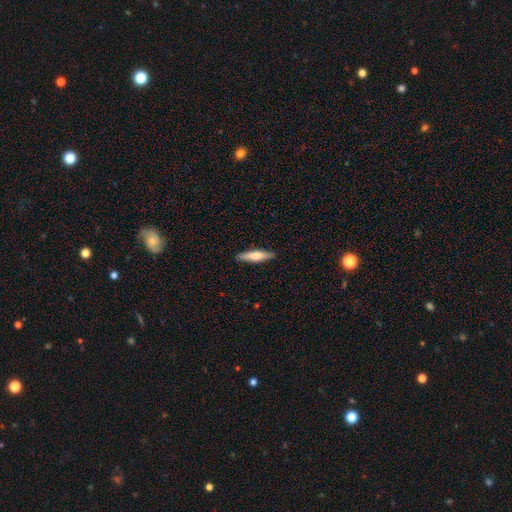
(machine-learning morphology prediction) smooth-or-featured: smooth: 61% | featured or disk: 34% | star or artifact: 5%
  how-rounded: cigar-shaped: 79% | in between: 19% | round: 2%
  merging: none: 90% | minor disturbance: 8% | major disturbance: 2% | merger: 1%